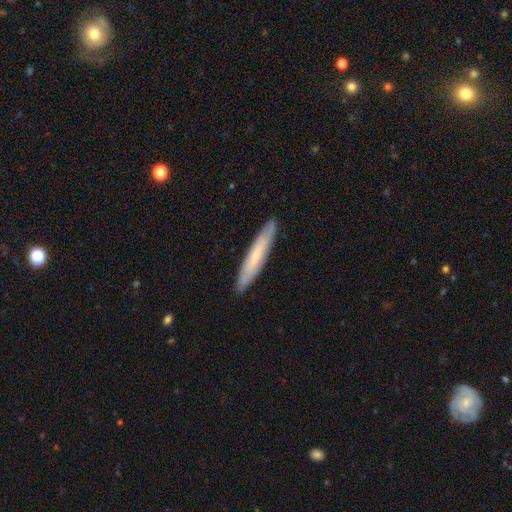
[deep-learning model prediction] smooth-or-featured: smooth: 54% | featured or disk: 40% | star or artifact: 6%
  how-rounded: cigar-shaped: 91% | in between: 8% | round: 1%
  merging: none: 88% | minor disturbance: 9% | major disturbance: 2% | merger: 1%